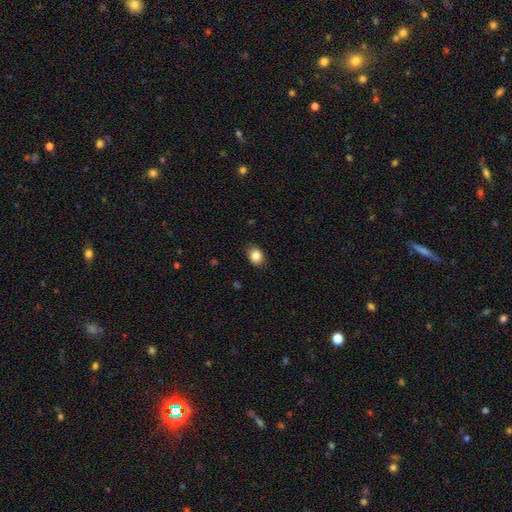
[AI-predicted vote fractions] smooth_or_featured: smooth (p=0.85) [alt: star or artifact p=0.09]
how_rounded: round (p=0.53) [alt: in between p=0.46]
merging: none (p=0.87) [alt: minor disturbance p=0.10]